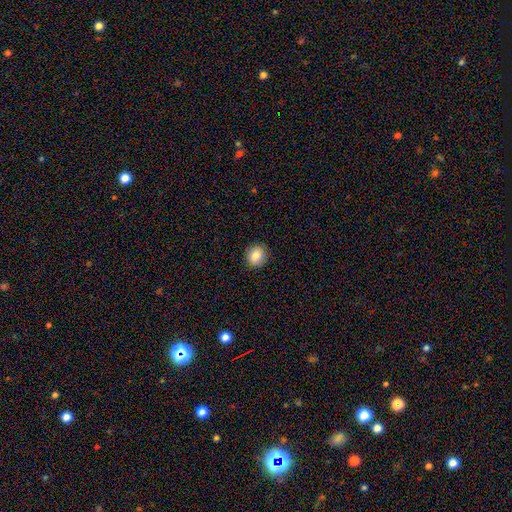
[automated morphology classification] smooth-or-featured: smooth: 84% | star or artifact: 9% | featured or disk: 7%
  how-rounded: round: 79% | in between: 20% | cigar-shaped: 1%
  merging: none: 90% | minor disturbance: 7% | major disturbance: 2% | merger: 1%